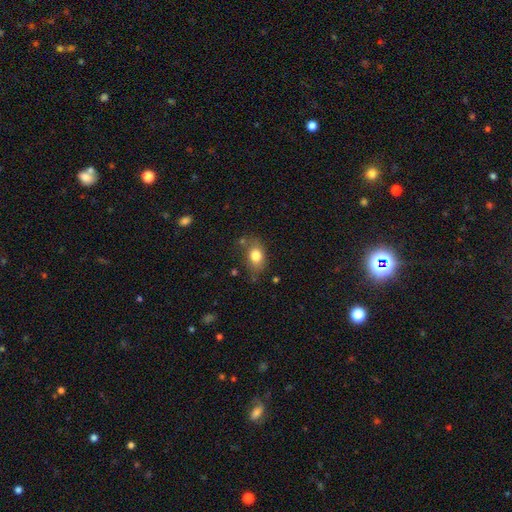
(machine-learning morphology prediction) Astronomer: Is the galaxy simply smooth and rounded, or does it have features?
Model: smooth — 80%.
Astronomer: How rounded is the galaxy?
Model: in between — 70%.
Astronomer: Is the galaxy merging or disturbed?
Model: none — 64%.